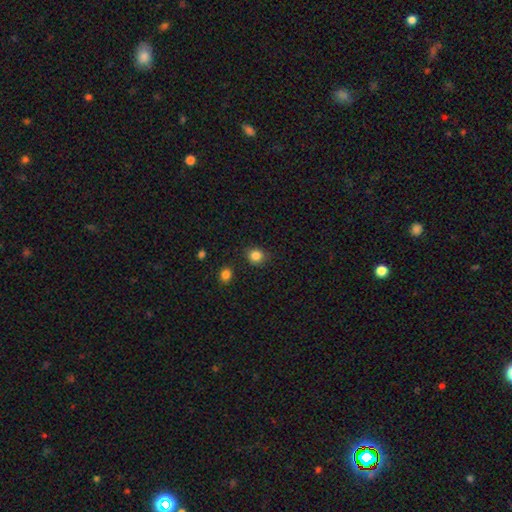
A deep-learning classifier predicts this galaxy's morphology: This is clearly a smooth galaxy (85%). How rounded: clearly round (82%). Merging: clearly none (85%).